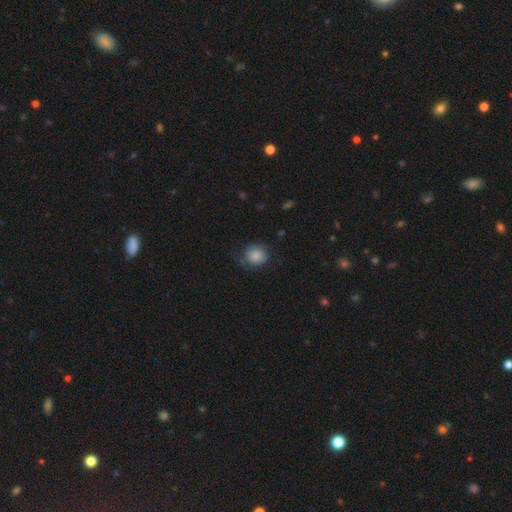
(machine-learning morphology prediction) Smooth or featured?
  - smooth: 78% *
  - featured or disk: 14%
  - star or artifact: 8%
How rounded?
  - round: 77% *
  - in between: 22%
  - cigar-shaped: 1%
Merging?
  - none: 63% *
  - minor disturbance: 25%
  - major disturbance: 11%
  - merger: 1%